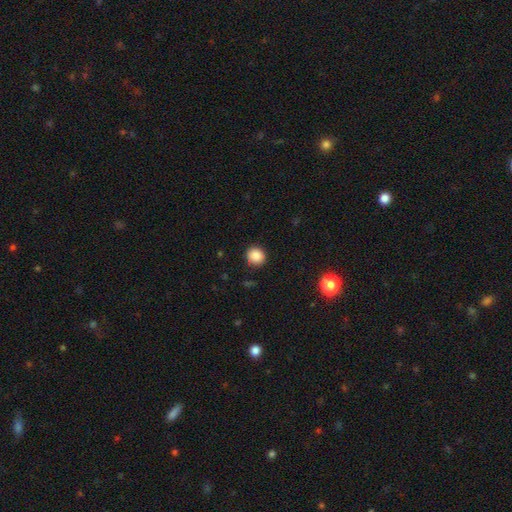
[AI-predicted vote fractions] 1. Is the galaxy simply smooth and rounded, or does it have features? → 86% smooth, 10% star or artifact, 4% featured or disk.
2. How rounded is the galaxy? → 89% round, 10% in between, 1% cigar-shaped.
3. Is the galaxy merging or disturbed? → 87% none, 10% minor disturbance, 2% major disturbance, 1% merger.